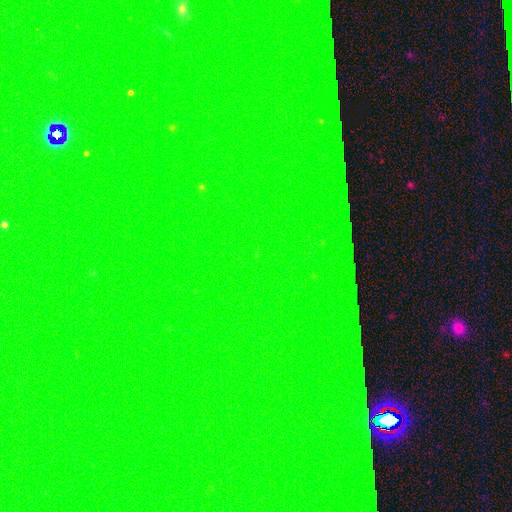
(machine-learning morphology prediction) smooth_or_featured: star or artifact (p=0.83) [alt: smooth p=0.09]